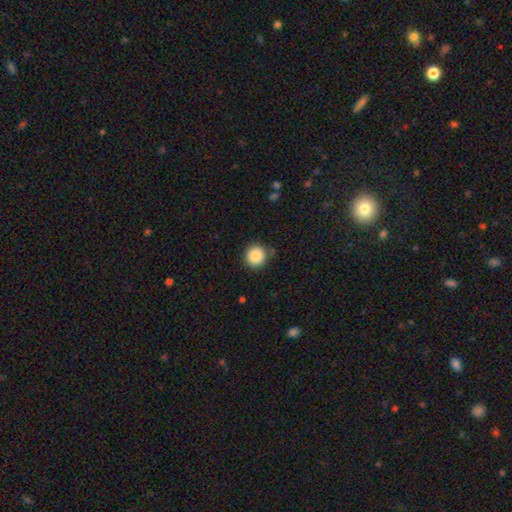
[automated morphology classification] smooth 87%, star or artifact 9%, featured or disk 4%. Down the decision tree: how rounded — round (93%); merging — none (85%).